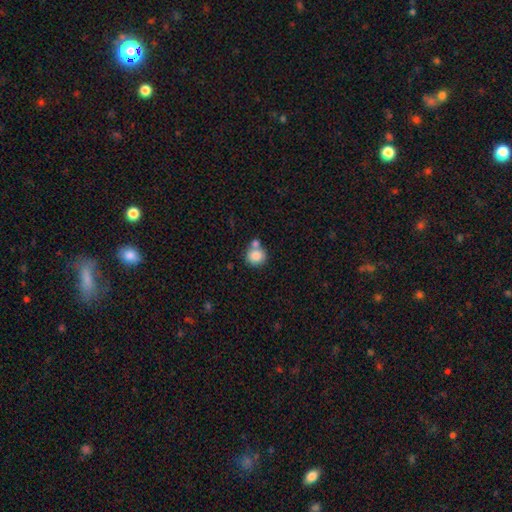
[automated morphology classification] type=smooth (84%); roundness=round (89%); merging=none (55%).